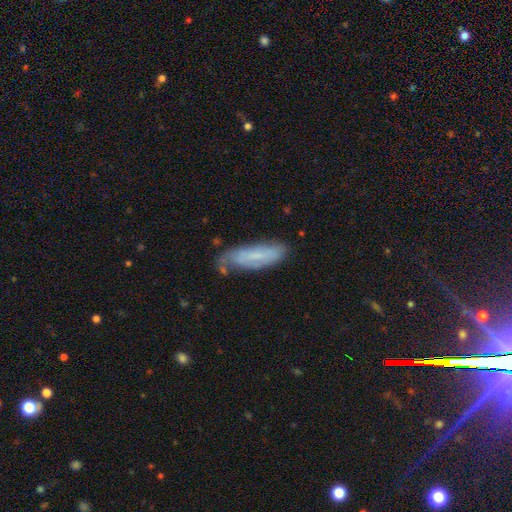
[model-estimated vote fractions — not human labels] Smooth or featured?
  - smooth: 48% *
  - featured or disk: 43%
  - star or artifact: 8%
Merging?
  - none: 54% *
  - minor disturbance: 31%
  - major disturbance: 11%
  - merger: 4%